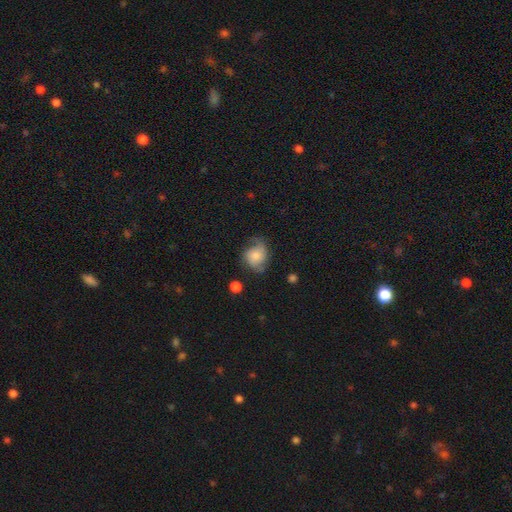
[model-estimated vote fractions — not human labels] Overall: featured or disk (47%; smooth 44%). Merging: none (56%; minor disturbance 28%).